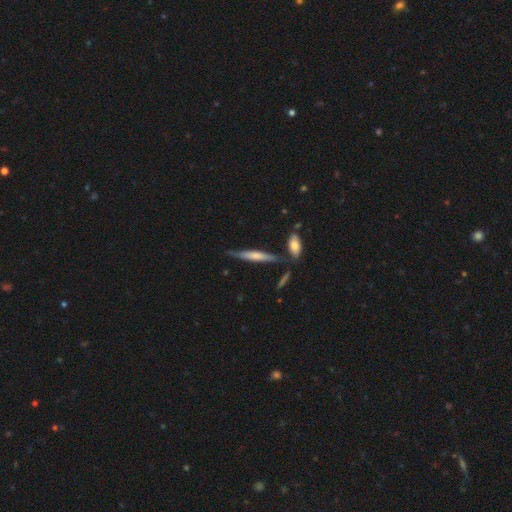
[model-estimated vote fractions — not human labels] Smooth or featured?
  - smooth: 52% *
  - featured or disk: 42%
  - star or artifact: 6%
How rounded?
  - cigar-shaped: 89% *
  - in between: 9%
  - round: 2%
Merging?
  - none: 68% *
  - minor disturbance: 19%
  - merger: 9%
  - major disturbance: 4%